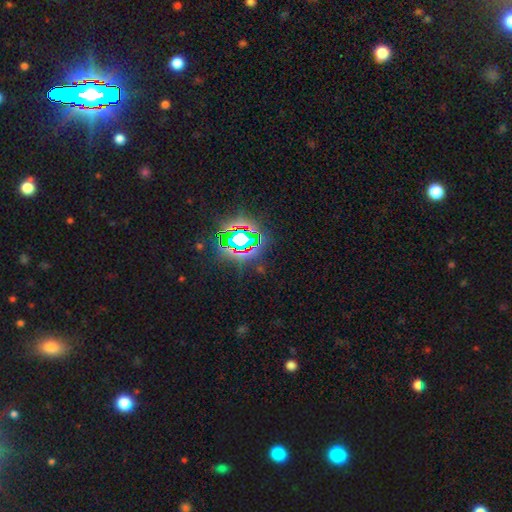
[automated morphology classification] star or artifact 82%, smooth 11%, featured or disk 7%.